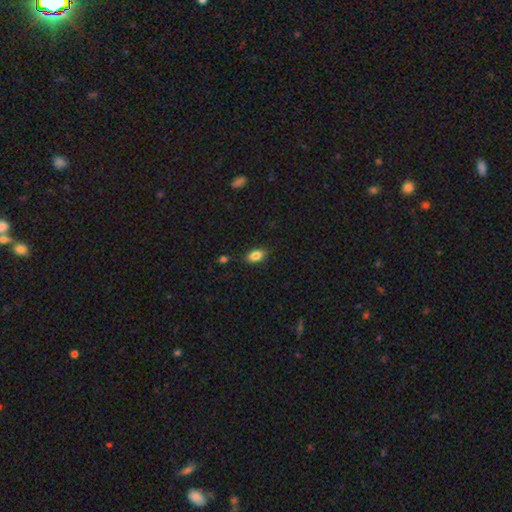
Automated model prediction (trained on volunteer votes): Overall: smooth (85%). How rounded: in between (89%). Merging: none (86%).